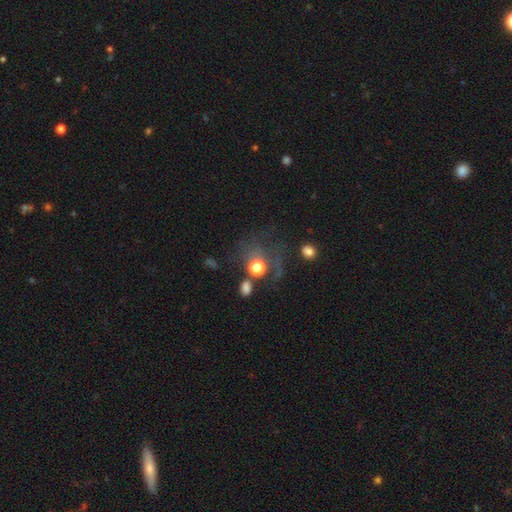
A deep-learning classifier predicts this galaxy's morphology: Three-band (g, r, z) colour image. It shows a smooth galaxy with no disk features (40%). Merging: none (53%).